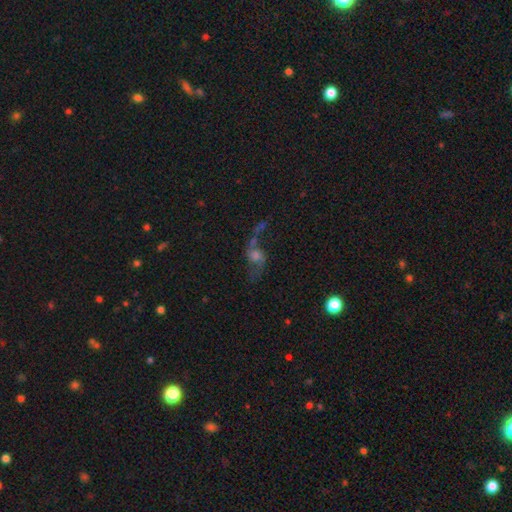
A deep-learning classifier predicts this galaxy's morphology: A featured or disk galaxy (60%) with no bar (70%), spiral arms (80%) and a moderate central bulge (41%). Merging: none (39%).